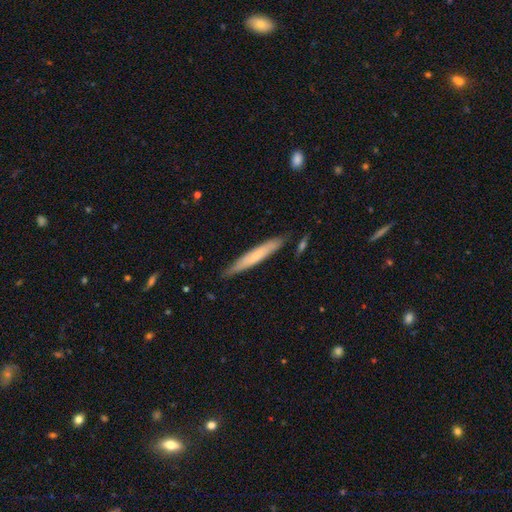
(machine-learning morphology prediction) This appears to be a smooth galaxy with no disk features (59%) that is cigar-shaped (94%). Merging: none (83%).